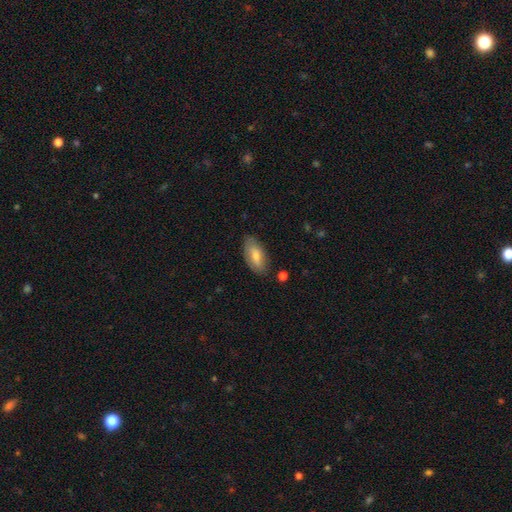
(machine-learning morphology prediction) This appears to be a smooth galaxy with no disk features (72%) that is in between round and cigar-shaped (89%). Merging: none (78%).